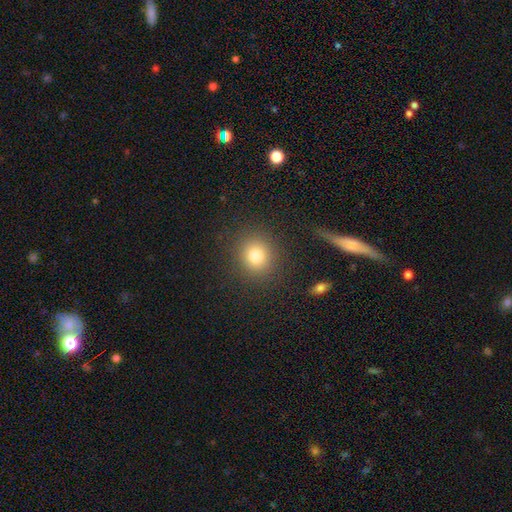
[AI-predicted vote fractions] smooth-or-featured: smooth: 78% | star or artifact: 13% | featured or disk: 8%
  how-rounded: round: 83% | in between: 16% | cigar-shaped: 1%
  merging: none: 88% | minor disturbance: 7% | major disturbance: 3% | merger: 1%